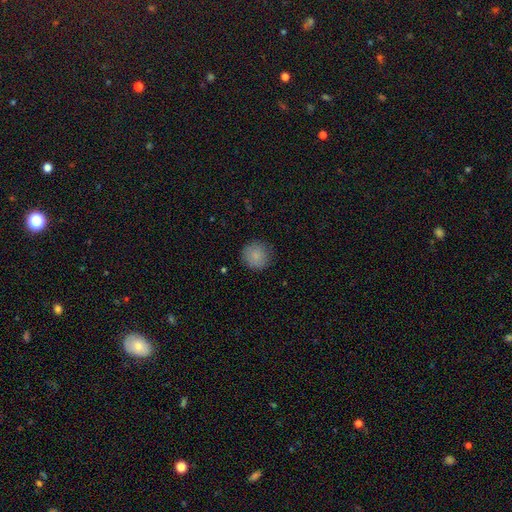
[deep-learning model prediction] This is clearly a smooth galaxy (86%). How rounded: clearly round (94%). Merging: clearly none (86%).